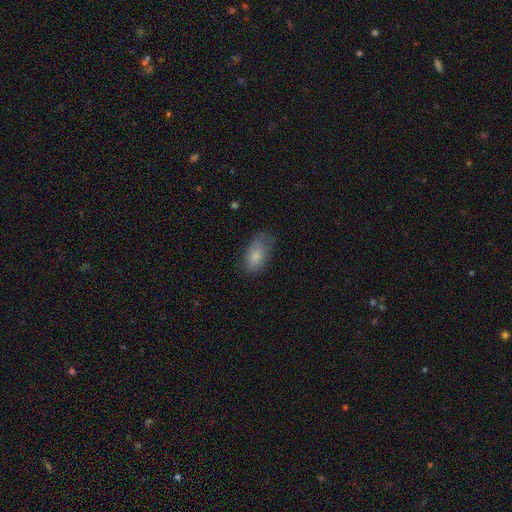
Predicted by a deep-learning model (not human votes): This appears to be a smooth galaxy with no disk features (79%) that is in between round and cigar-shaped (91%). Merging: none (53%).